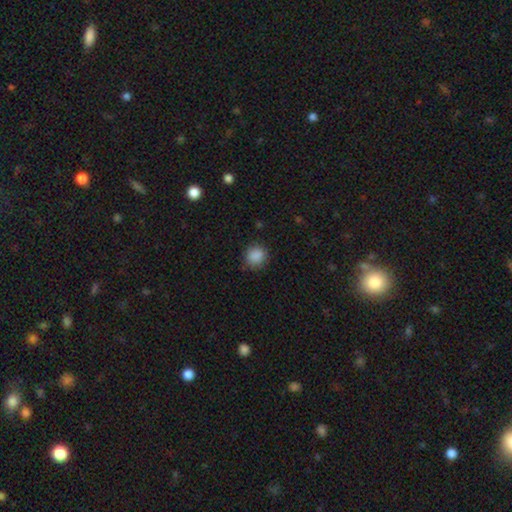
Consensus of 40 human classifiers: smooth 90%, star or artifact 10%, featured or disk 0%. Down the decision tree: how rounded — round (81%); merging — none (75%).